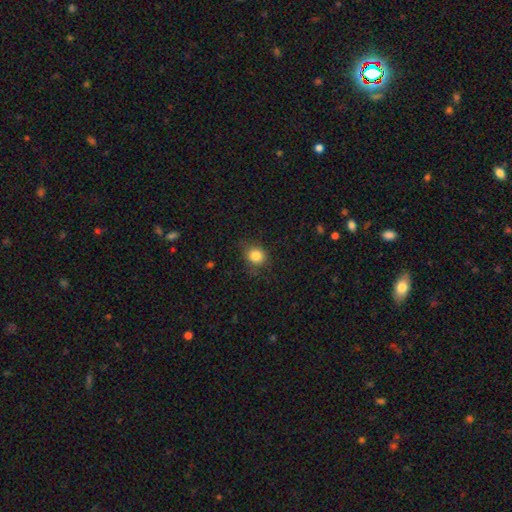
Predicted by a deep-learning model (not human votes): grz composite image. It shows a smooth galaxy with no disk features (84%) that is round (73%). Merging: none (79%).